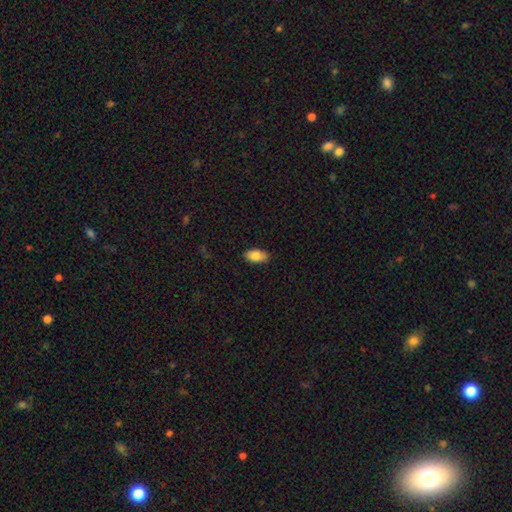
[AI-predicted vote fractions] This is clearly a smooth galaxy (82%). How rounded: clearly in between (93%). Merging: clearly none (88%).